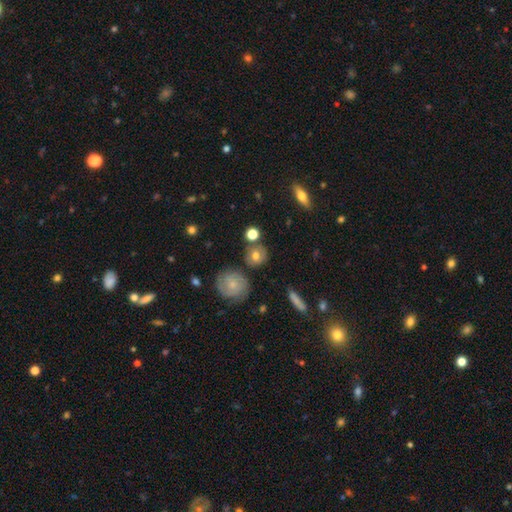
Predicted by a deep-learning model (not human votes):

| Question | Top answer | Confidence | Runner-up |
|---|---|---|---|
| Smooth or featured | smooth | 68% | featured or disk (20%) |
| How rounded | round | 84% | in between (14%) |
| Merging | none | 75% | minor disturbance (11%) |